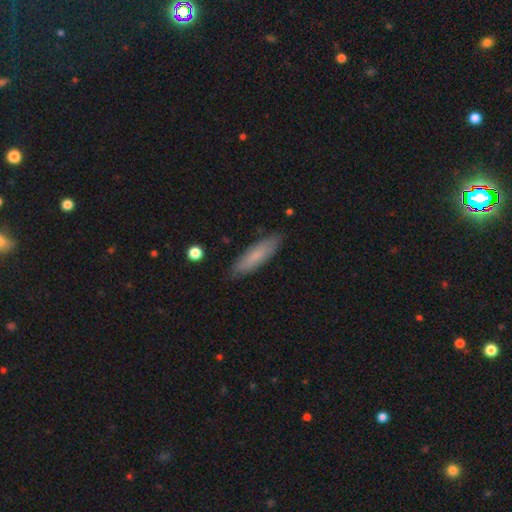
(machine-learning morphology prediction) Smooth or featured? smooth (73%)
How rounded? cigar-shaped (70%)
Merging? none (87%)